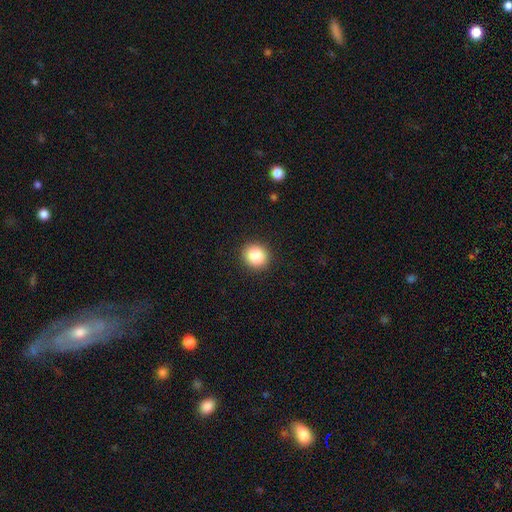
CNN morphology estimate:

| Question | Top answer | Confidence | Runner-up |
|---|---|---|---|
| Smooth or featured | smooth | 85% | star or artifact (10%) |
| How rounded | round | 86% | in between (13%) |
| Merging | none | 92% | minor disturbance (5%) |